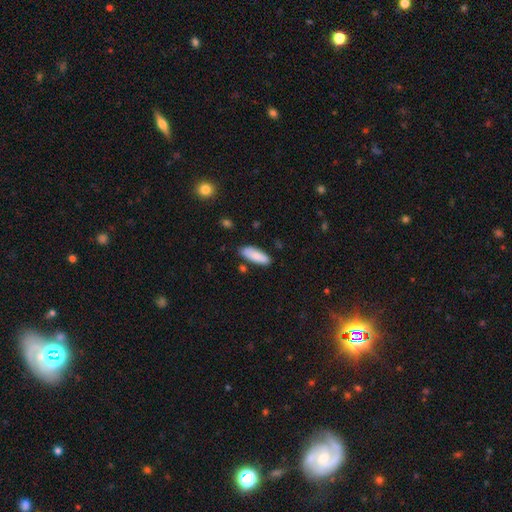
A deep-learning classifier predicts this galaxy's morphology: The model was most divided on "how rounded": in between: 62%, cigar-shaped: 37%, round: 2%. More confident: smooth or featured — smooth (86%); merging — none (83%).